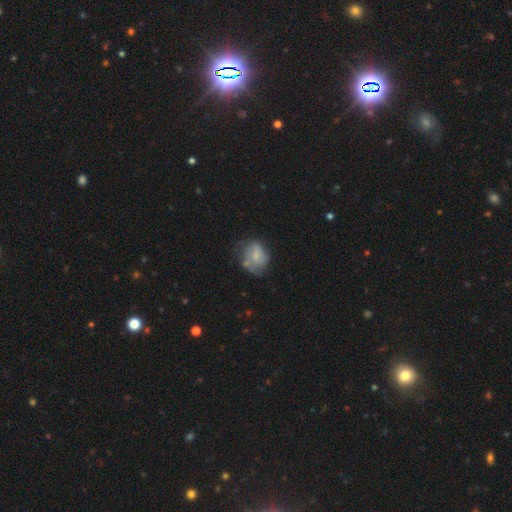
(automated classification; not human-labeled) Smooth or featured? smooth (54%)
How rounded? round (53%)
Merging? none (44%)